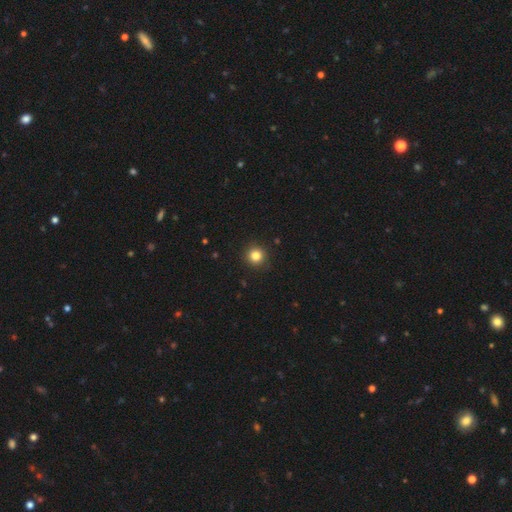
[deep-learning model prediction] A smooth galaxy with no disk features (83%) that is round (94%).

Vote fractions:
- Smooth or featured? smooth: 83% / star or artifact: 12% / featured or disk: 5%
- How rounded? round: 94% / in between: 5% / cigar-shaped: 1%
- Merging? none: 92% / minor disturbance: 5% / major disturbance: 2% / merger: 1%